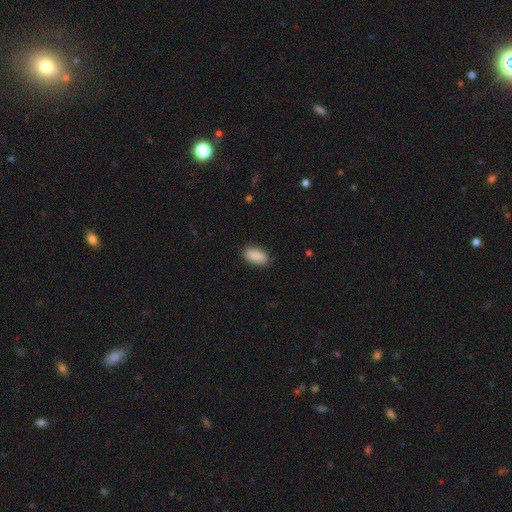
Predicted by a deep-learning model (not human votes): The model was most divided on "merging": none: 87%, minor disturbance: 10%, major disturbance: 2%, merger: 1%. More confident: how rounded — in between (92%); smooth or featured — smooth (90%).